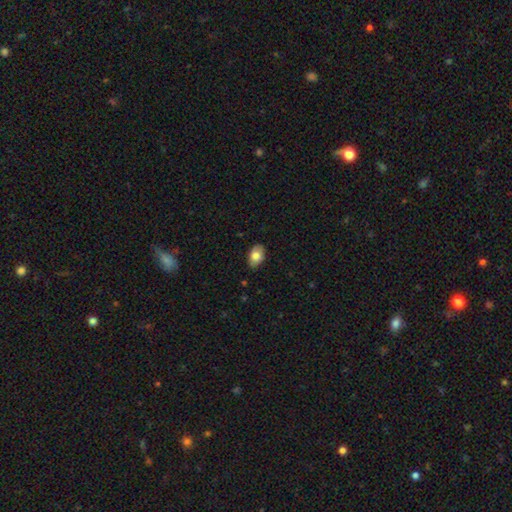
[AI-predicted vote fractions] Smooth or featured? smooth (79%)
How rounded? in between (87%)
Merging? none (85%)